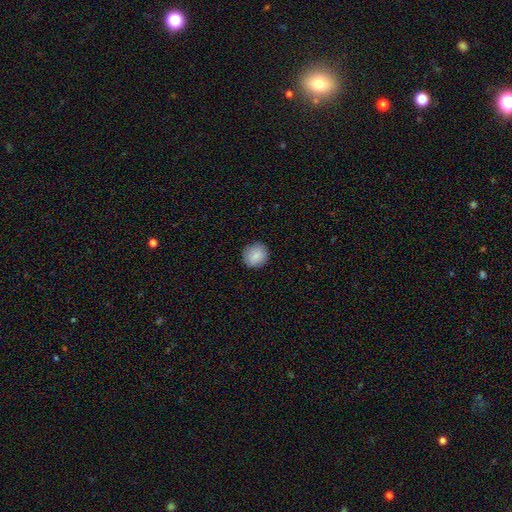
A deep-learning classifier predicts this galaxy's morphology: smooth-or-featured: smooth: 86% | star or artifact: 7% | featured or disk: 7%
  how-rounded: round: 86% | in between: 13% | cigar-shaped: 1%
  merging: none: 87% | minor disturbance: 10% | major disturbance: 2% | merger: 1%